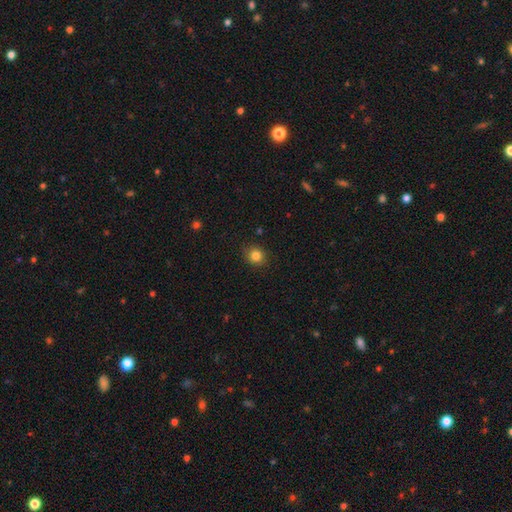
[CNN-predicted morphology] smooth-or-featured: smooth: 84% | star or artifact: 11% | featured or disk: 5%
  how-rounded: round: 81% | in between: 18% | cigar-shaped: 1%
  merging: none: 88% | minor disturbance: 9% | major disturbance: 2% | merger: 1%